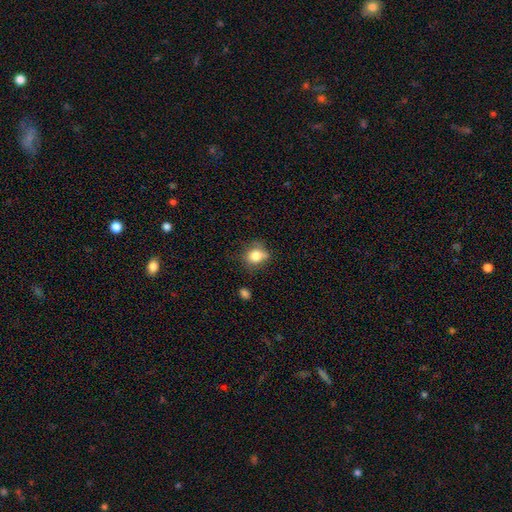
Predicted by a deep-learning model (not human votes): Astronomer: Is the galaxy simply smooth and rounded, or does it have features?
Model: smooth — 80%.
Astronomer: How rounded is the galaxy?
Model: round — 58% (runner-up: in between, 40%).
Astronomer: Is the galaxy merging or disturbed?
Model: none — 58%.